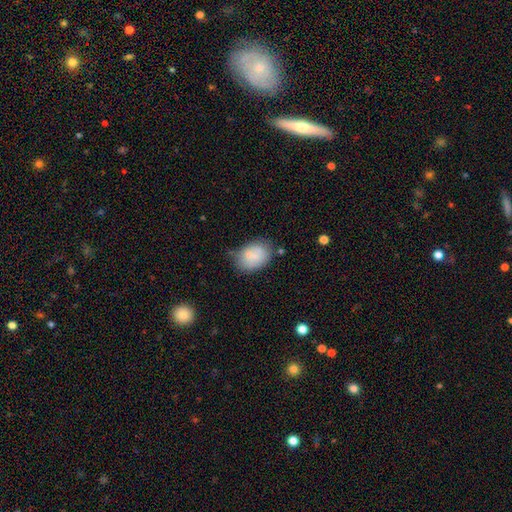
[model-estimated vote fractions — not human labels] This is likely a smooth galaxy (78%). How rounded: likely in between (76%). Merging: likely none (60%).